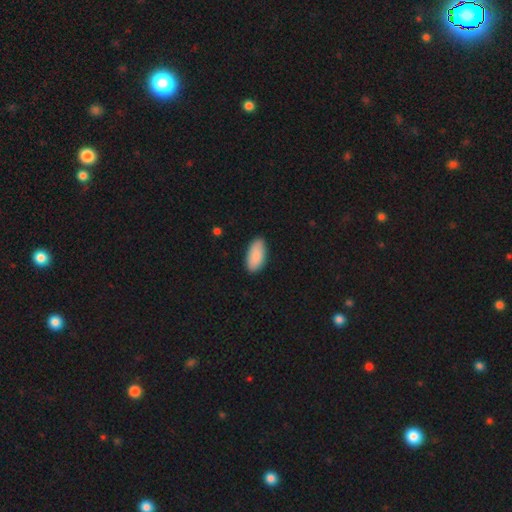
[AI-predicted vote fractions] Smooth or featured?
  - smooth: 90% *
  - star or artifact: 6%
  - featured or disk: 4%
How rounded?
  - in between: 92% *
  - cigar-shaped: 7%
  - round: 2%
Merging?
  - none: 88% *
  - minor disturbance: 9%
  - major disturbance: 2%
  - merger: 1%